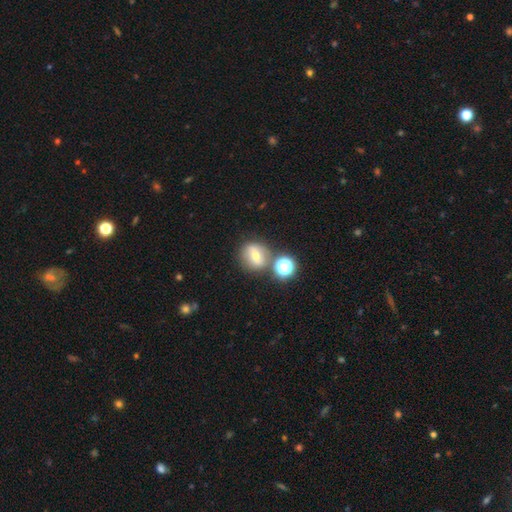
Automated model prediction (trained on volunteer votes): Morphology: type=smooth (50%); merging=none (67%).